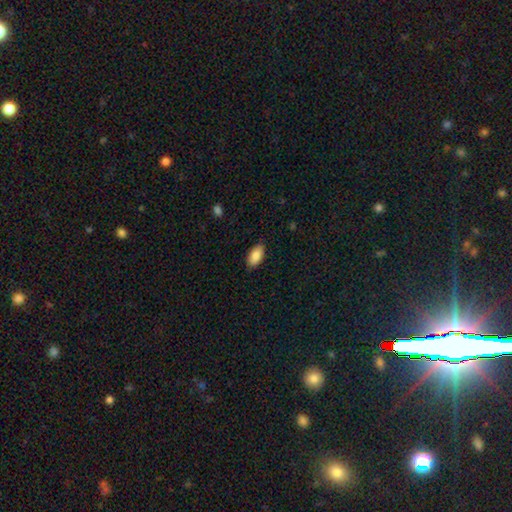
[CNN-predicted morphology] smooth_or_featured: smooth (p=0.89) [alt: star or artifact p=0.07]
how_rounded: in between (p=0.93) [alt: cigar-shaped p=0.04]
merging: none (p=0.86) [alt: minor disturbance p=0.11]